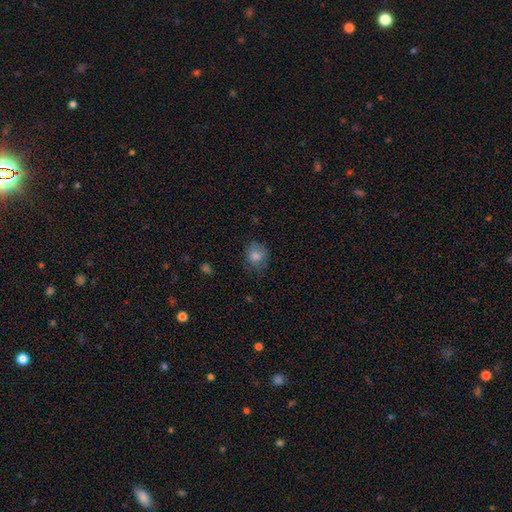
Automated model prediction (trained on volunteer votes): Overall: smooth (79%). How rounded: round (75%). Merging: none (70%).